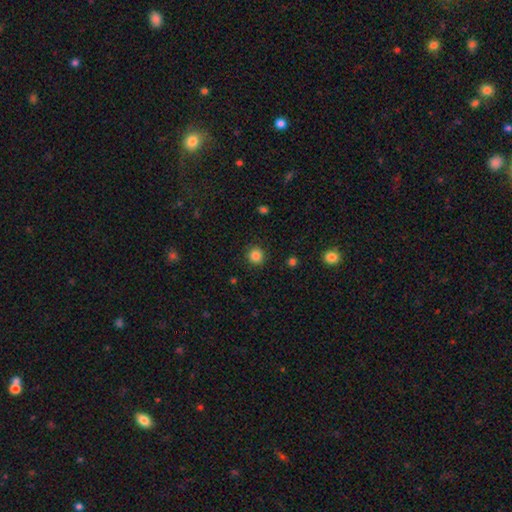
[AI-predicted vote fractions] smooth-or-featured: smooth: 84% | star or artifact: 11% | featured or disk: 4%
  how-rounded: round: 93% | in between: 6% | cigar-shaped: 1%
  merging: none: 91% | minor disturbance: 6% | major disturbance: 2% | merger: 1%